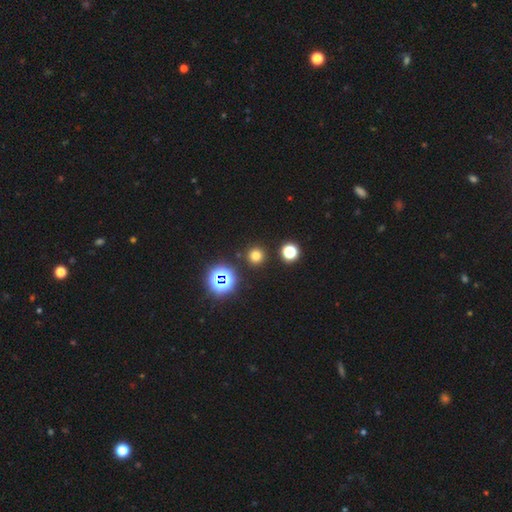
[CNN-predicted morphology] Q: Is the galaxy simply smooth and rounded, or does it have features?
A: smooth — 70%.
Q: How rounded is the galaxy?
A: round — 94%.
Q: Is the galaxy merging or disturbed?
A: none — 89%.